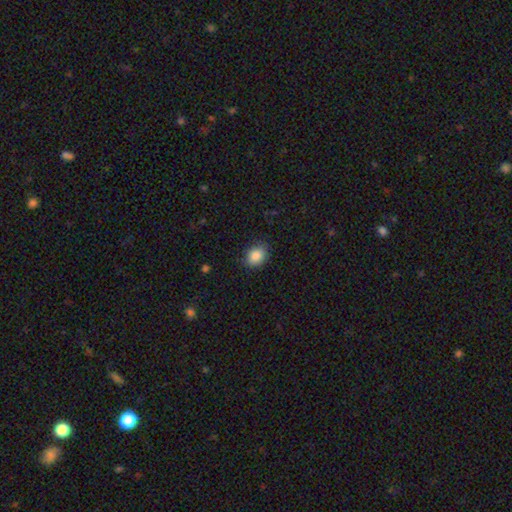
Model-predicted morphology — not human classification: This appears to be a smooth galaxy with no disk features (88%) that is in between round and cigar-shaped (61%). Merging: none (82%).